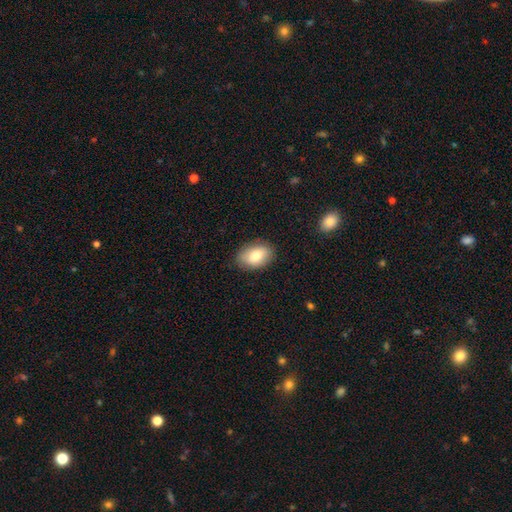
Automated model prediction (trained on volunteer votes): Smooth or featured?
  - smooth: 79% *
  - featured or disk: 14%
  - star or artifact: 7%
How rounded?
  - in between: 86% *
  - round: 12%
  - cigar-shaped: 1%
Merging?
  - none: 86% *
  - minor disturbance: 10%
  - major disturbance: 2%
  - merger: 1%